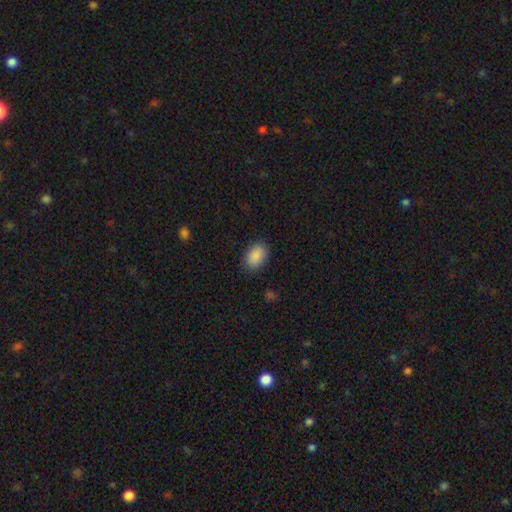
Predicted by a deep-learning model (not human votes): Smooth or featured: smooth — 89% (star or artifact — 7%)
How rounded: in between — 86% (round — 13%)
Merging: none — 86% (minor disturbance — 10%)